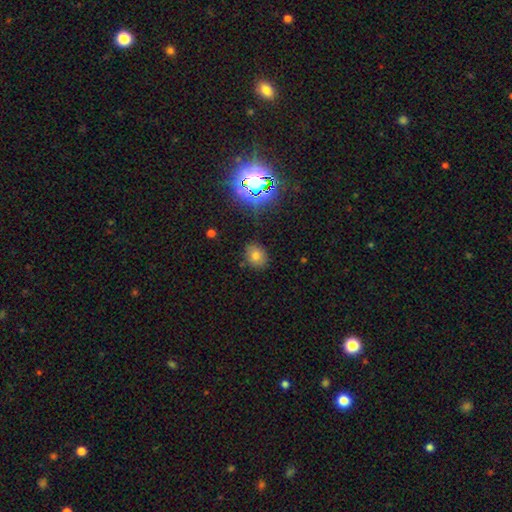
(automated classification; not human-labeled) Overall: smooth (71%). How rounded: round (54%; in between 45%). Merging: none (83%).